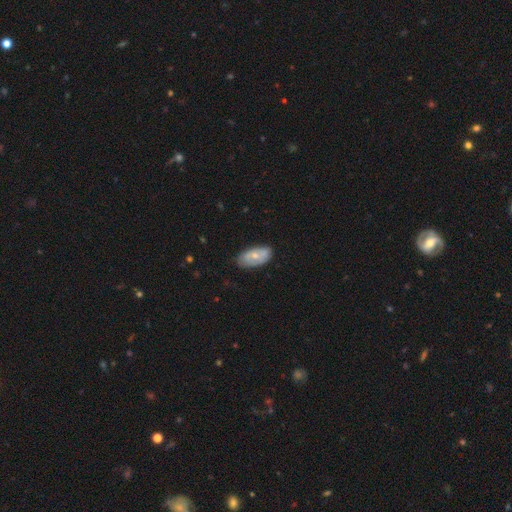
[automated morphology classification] A smooth galaxy with no disk features (53%) that is in between round and cigar-shaped (92%).

Vote fractions:
- Smooth or featured? smooth: 53% / featured or disk: 41% / star or artifact: 6%
- How rounded? in between: 92% / round: 4% / cigar-shaped: 4%
- Merging? none: 70% / minor disturbance: 24% / major disturbance: 4% / merger: 2%